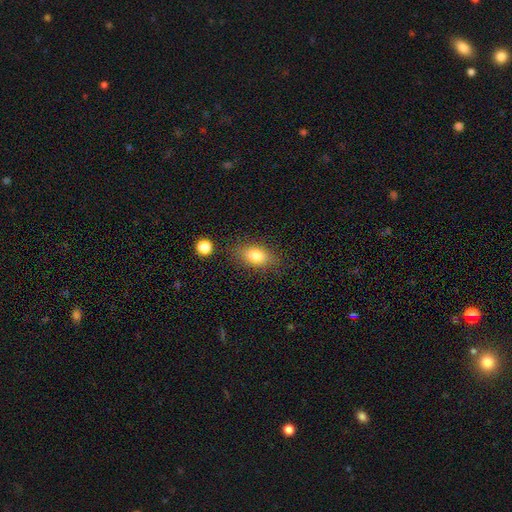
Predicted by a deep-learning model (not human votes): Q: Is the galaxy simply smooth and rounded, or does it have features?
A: smooth — 81%.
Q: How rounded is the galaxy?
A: in between — 82%.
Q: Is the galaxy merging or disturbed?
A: none — 79%.